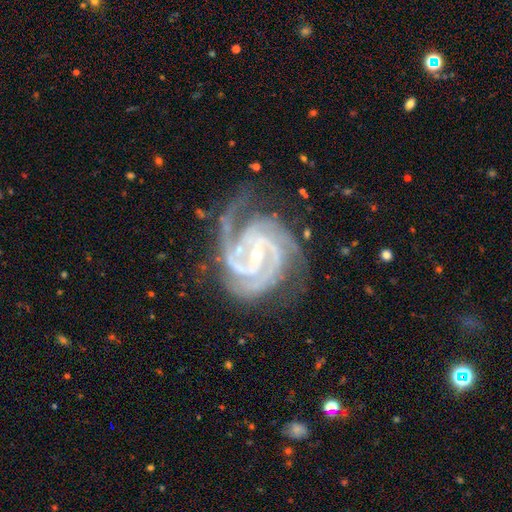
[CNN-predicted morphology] featured or disk 93%, star or artifact 5%, smooth 2%. Down the decision tree: edge-on disk — no (98%); bar — weak (39%); spiral arms — yes (99%); spiral arm count — 3 (43%); spiral winding — tight (61%); bulge size — small (75%); merging — none (63%).